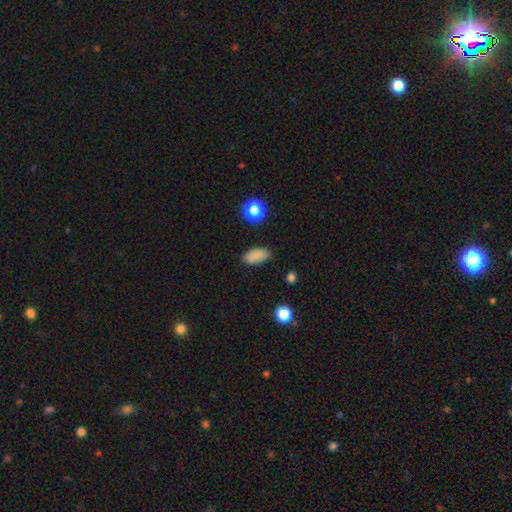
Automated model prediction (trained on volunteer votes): Smooth or featured? smooth (85%)
How rounded? in between (90%)
Merging? none (83%)